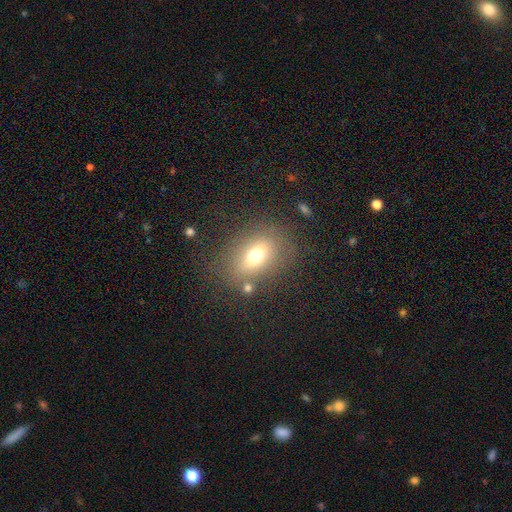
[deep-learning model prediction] A smooth galaxy with no disk features (65%) that is in between round and cigar-shaped (73%). Merging: none (73%).